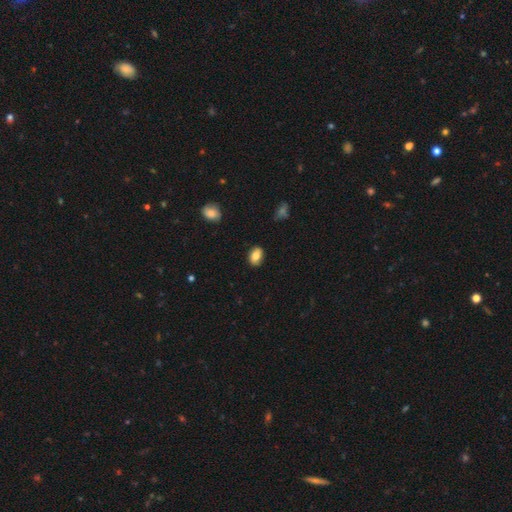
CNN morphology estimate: smooth-or-featured: smooth: 79% | featured or disk: 13% | star or artifact: 8%
  how-rounded: in between: 81% | round: 18% | cigar-shaped: 2%
  merging: none: 86% | minor disturbance: 11% | major disturbance: 2% | merger: 1%